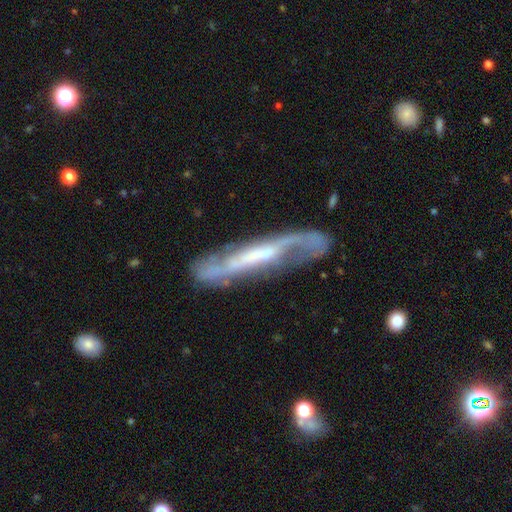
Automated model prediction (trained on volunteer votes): A featured or disk galaxy (80%). Merging: none (66%).